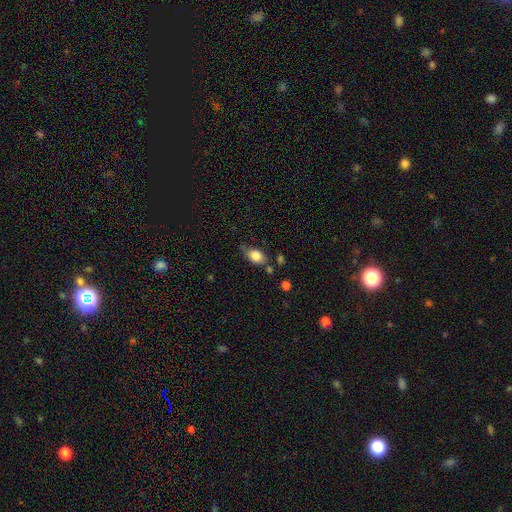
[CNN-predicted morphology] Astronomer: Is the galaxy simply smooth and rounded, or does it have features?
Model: smooth — 83%.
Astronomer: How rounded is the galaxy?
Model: in between — 80%.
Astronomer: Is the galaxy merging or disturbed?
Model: none — 63%.